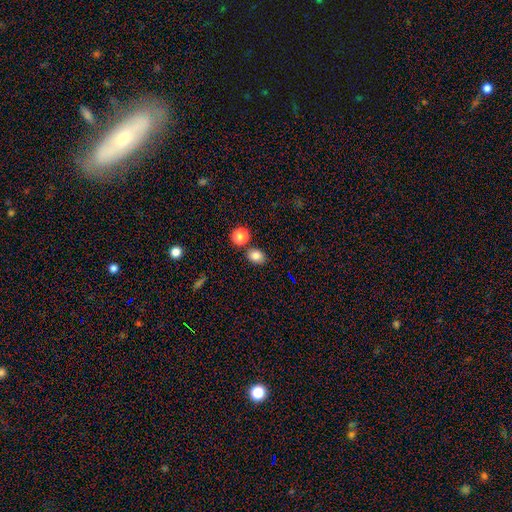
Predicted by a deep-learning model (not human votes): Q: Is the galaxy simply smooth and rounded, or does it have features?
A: smooth — 83%.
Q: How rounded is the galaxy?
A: in between — 56%.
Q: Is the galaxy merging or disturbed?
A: none — 77%.